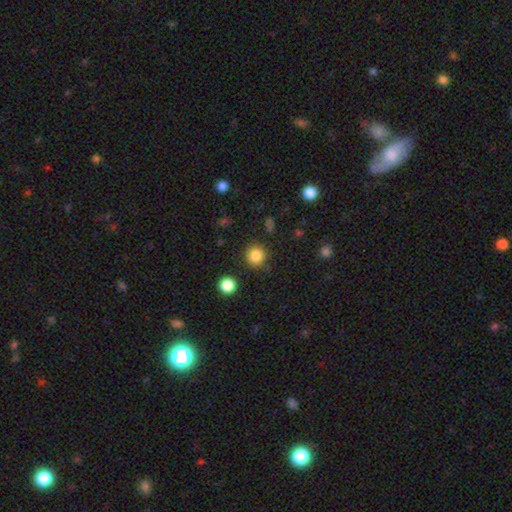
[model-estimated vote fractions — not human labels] Smooth or featured?
  - smooth: 84% *
  - star or artifact: 11%
  - featured or disk: 4%
How rounded?
  - round: 93% *
  - in between: 6%
  - cigar-shaped: 1%
Merging?
  - none: 86% *
  - minor disturbance: 8%
  - major disturbance: 3%
  - merger: 2%